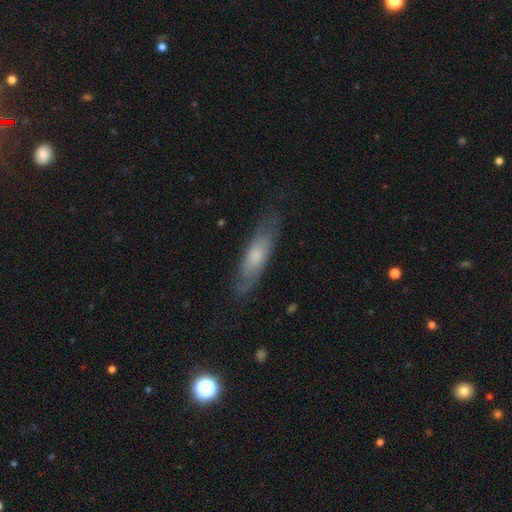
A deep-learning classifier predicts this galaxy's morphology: This is possibly a smooth galaxy (50%). Merging: likely none (70%).